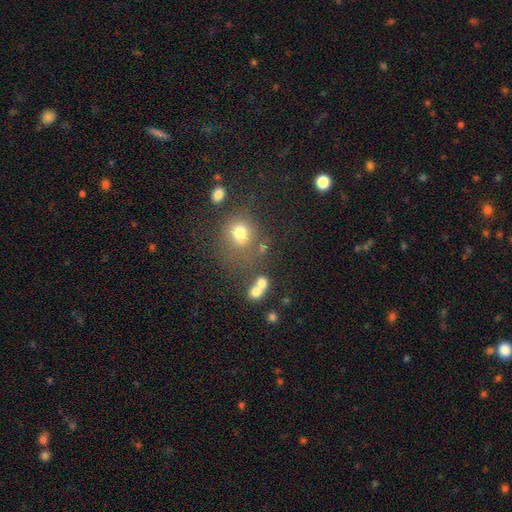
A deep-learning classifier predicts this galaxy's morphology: type=smooth (61%); roundness=round (84%); merging=none (68%).